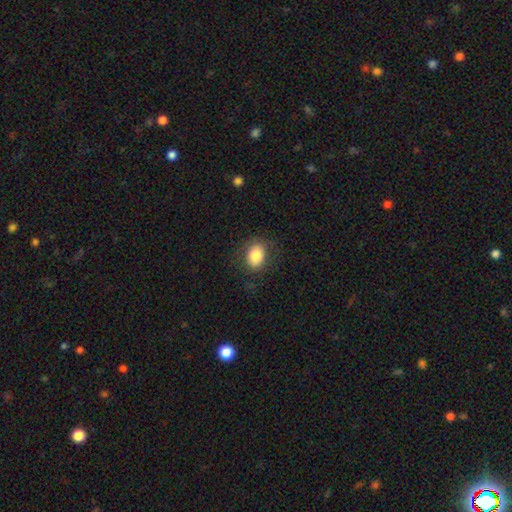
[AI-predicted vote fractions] Morphology: type=smooth (82%); roundness=in between (68%); merging=none (79%).